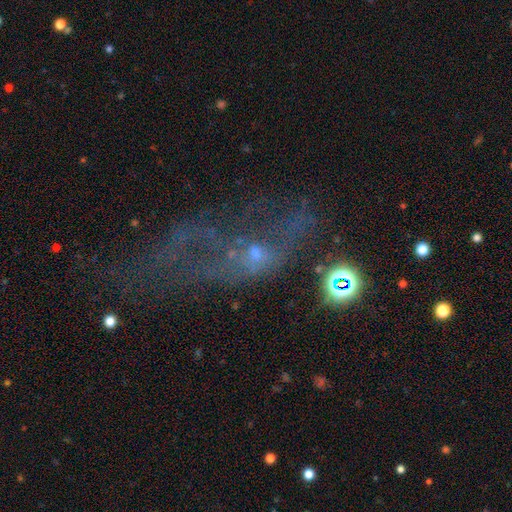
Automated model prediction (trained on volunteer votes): This appears to be a featured or disk galaxy (44%). Merging: major disturbance (47%).